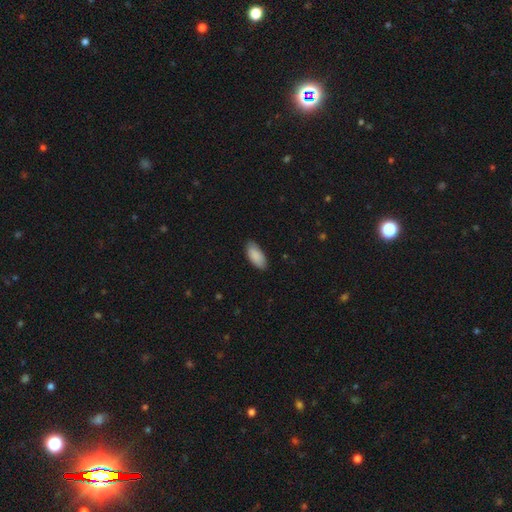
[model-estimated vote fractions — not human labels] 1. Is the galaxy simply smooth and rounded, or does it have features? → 89% smooth, 6% star or artifact, 5% featured or disk.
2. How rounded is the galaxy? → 89% in between, 10% cigar-shaped, 2% round.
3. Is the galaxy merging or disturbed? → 82% none, 14% minor disturbance, 2% major disturbance, 1% merger.